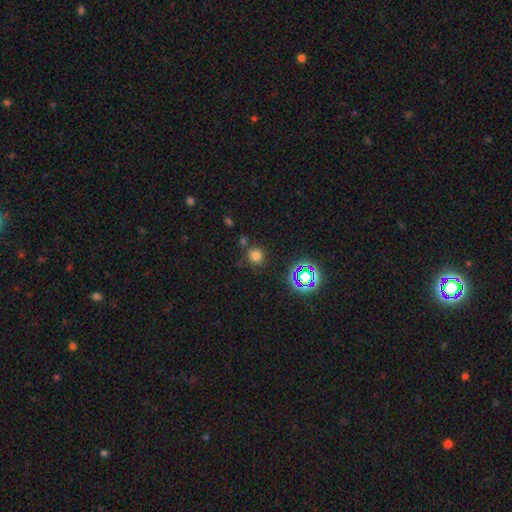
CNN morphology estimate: The model was most divided on "smooth or featured": smooth: 72%, star or artifact: 22%, featured or disk: 6%. More confident: how rounded — round (91%); merging — none (80%).